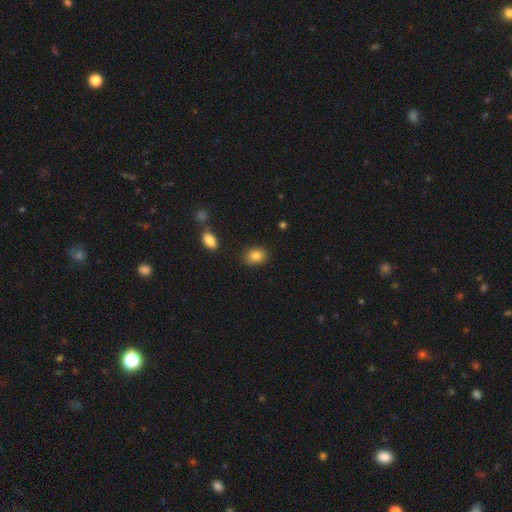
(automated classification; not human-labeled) smooth 85%, star or artifact 9%, featured or disk 6%. Down the decision tree: how rounded — in between (62%); merging — none (84%).